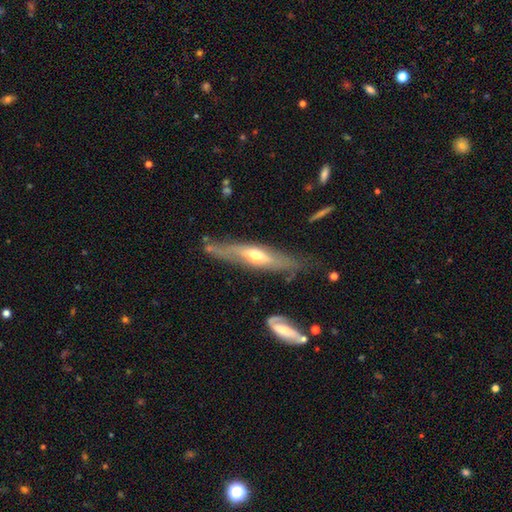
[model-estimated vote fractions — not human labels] Smooth or featured: featured or disk — 63% (smooth — 31%)
Edge-on disk: yes — 72% (no — 28%)
Merging: none — 70% (minor disturbance — 20%)